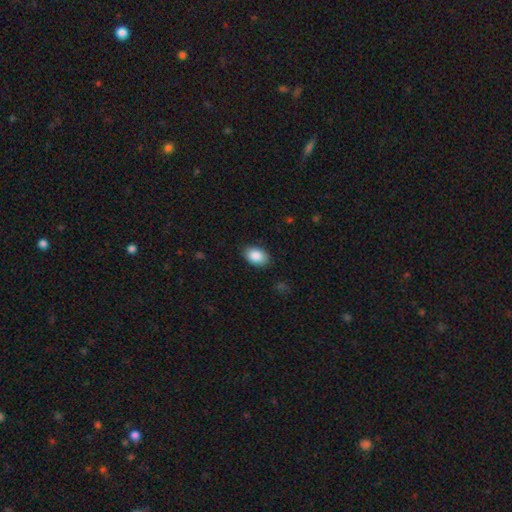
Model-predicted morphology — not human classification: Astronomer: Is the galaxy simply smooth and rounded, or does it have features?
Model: smooth — 88%.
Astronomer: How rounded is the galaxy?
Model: in between — 88%.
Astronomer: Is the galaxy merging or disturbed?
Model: none — 88%.